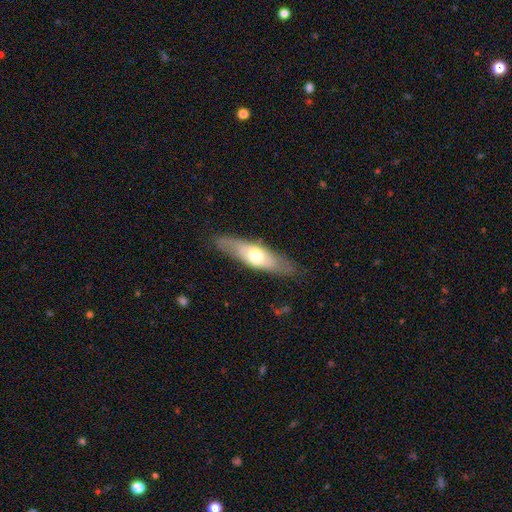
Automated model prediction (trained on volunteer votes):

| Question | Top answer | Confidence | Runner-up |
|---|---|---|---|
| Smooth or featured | smooth | 49% | featured or disk (45%) |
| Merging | none | 82% | minor disturbance (13%) |